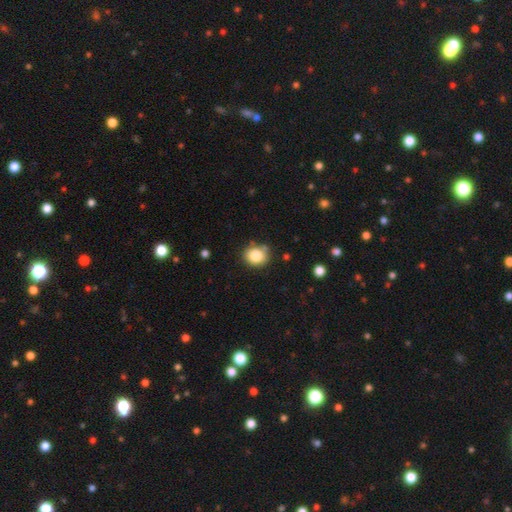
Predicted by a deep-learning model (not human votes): This is clearly a smooth galaxy (82%). How rounded: likely round (73%). Merging: likely none (79%).